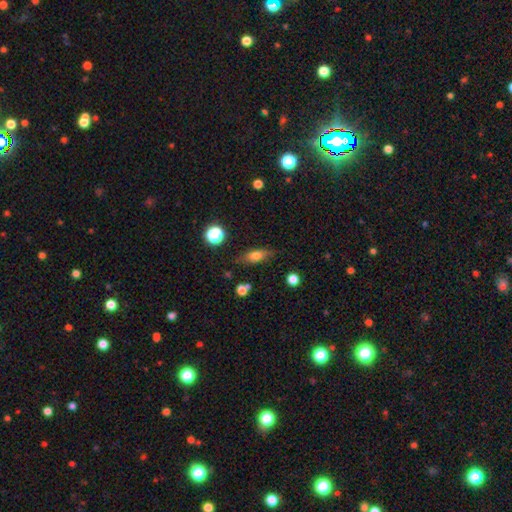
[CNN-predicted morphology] Smooth or featured? Predicted: smooth (p=0.69). How rounded? Predicted: in between (p=0.68). Merging? Predicted: none (p=0.76).